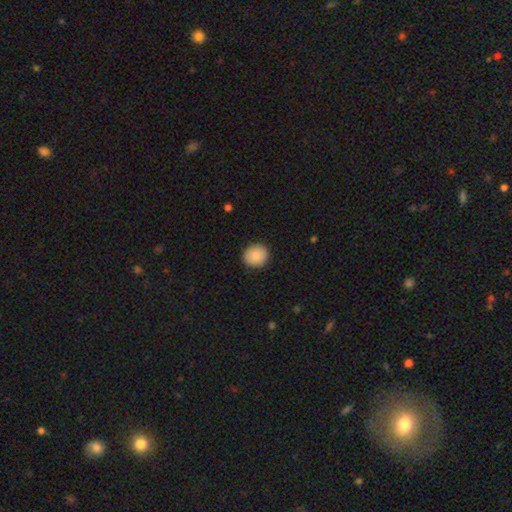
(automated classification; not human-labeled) Q: Smooth or featured?
A: smooth (85%); runner-up: star or artifact (7%)
Q: How rounded?
A: round (85%); runner-up: in between (14%)
Q: Merging?
A: none (89%); runner-up: minor disturbance (8%)